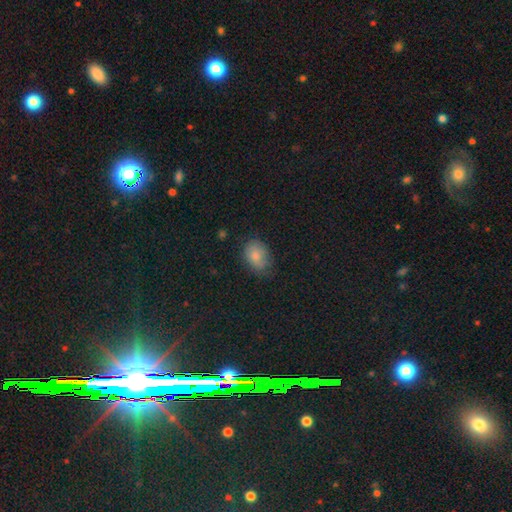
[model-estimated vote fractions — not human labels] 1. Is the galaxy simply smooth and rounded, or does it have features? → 83% smooth, 9% star or artifact, 8% featured or disk.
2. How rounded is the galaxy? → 74% in between, 25% round, 1% cigar-shaped.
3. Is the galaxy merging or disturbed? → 66% none, 26% minor disturbance, 7% major disturbance, 1% merger.